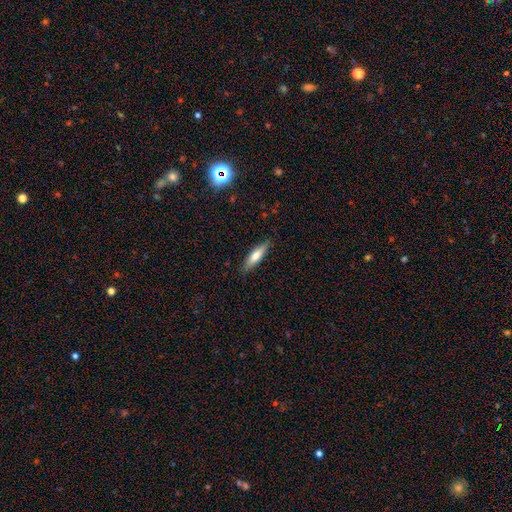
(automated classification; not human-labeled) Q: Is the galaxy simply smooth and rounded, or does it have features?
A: smooth — 68%.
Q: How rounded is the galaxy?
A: cigar-shaped — 71%.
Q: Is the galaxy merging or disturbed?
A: none — 86%.